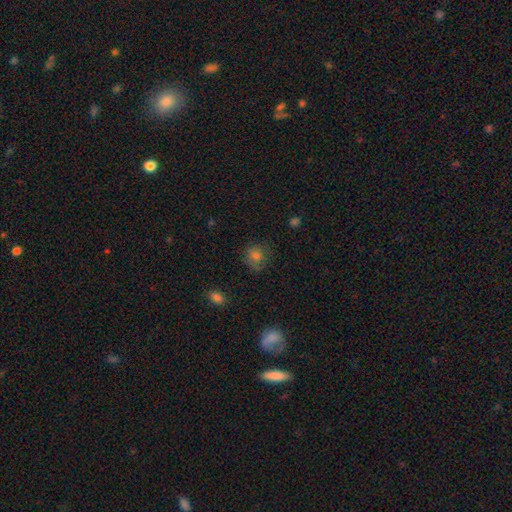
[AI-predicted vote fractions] Q: Smooth or featured?
A: smooth (72%); runner-up: star or artifact (16%)
Q: How rounded?
A: round (80%); runner-up: in between (19%)
Q: Merging?
A: none (72%); runner-up: minor disturbance (19%)